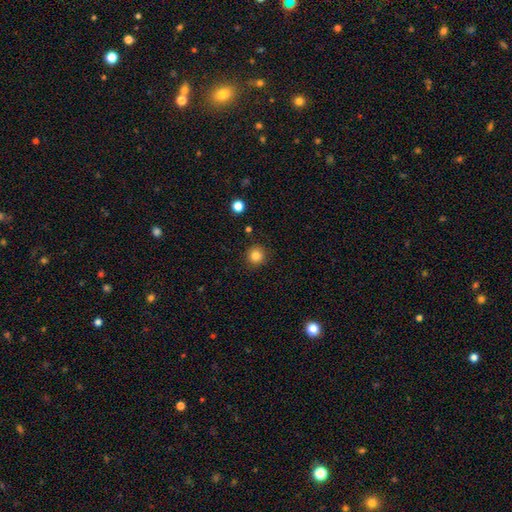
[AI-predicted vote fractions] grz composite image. It shows a smooth galaxy with no disk features (83%) that is round (93%). Merging: none (91%).